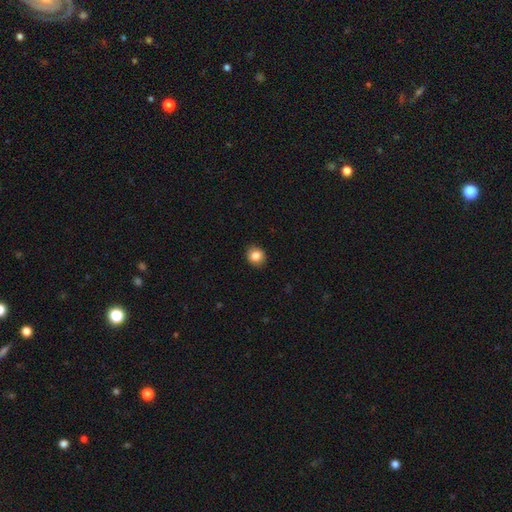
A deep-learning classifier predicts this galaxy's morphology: A smooth galaxy with no disk features (85%) that is round (81%).

Vote fractions:
- Smooth or featured? smooth: 85% / star or artifact: 9% / featured or disk: 6%
- How rounded? round: 81% / in between: 18% / cigar-shaped: 1%
- Merging? none: 91% / minor disturbance: 7% / major disturbance: 2% / merger: 1%